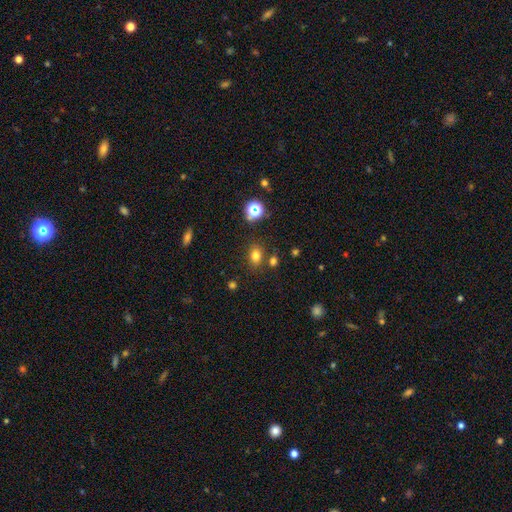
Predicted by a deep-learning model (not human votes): A smooth galaxy with no disk features (75%) that is in between round and cigar-shaped (55%).

Vote fractions:
- Smooth or featured? smooth: 75% / star or artifact: 18% / featured or disk: 7%
- How rounded? in between: 55% / round: 44% / cigar-shaped: 1%
- Merging? none: 77% / minor disturbance: 11% / merger: 8% / major disturbance: 4%